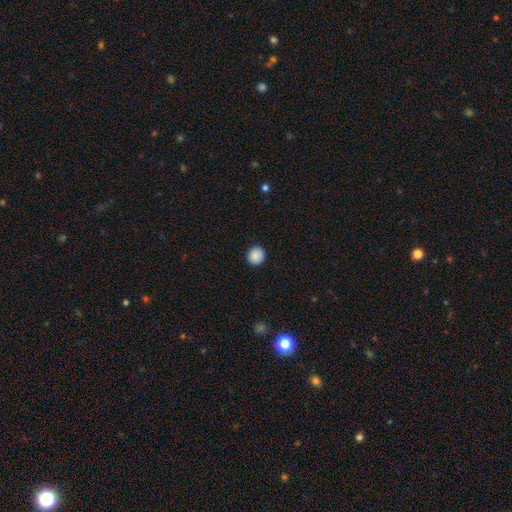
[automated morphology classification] type=smooth (88%); roundness=round (89%); merging=none (92%).